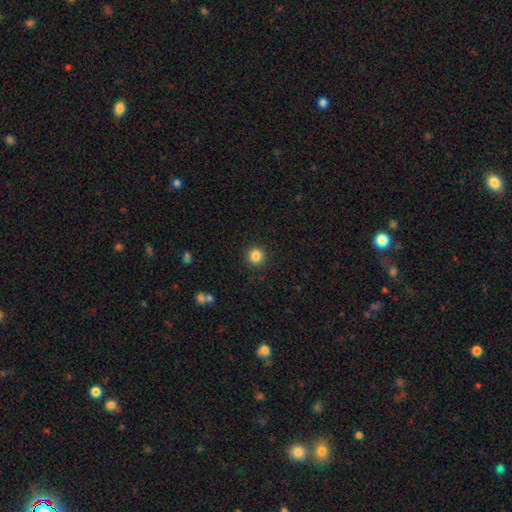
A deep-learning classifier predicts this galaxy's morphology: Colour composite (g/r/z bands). It shows a smooth galaxy with no disk features (85%) that is round (95%). Merging: none (92%).